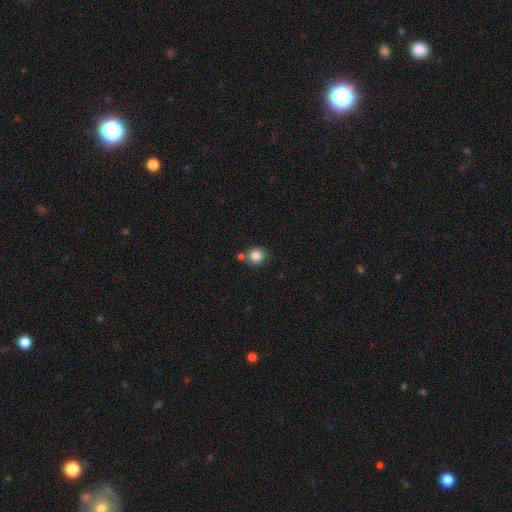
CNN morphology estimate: smooth 84%, star or artifact 10%, featured or disk 6%. Down the decision tree: how rounded — round (87%); merging — none (69%).